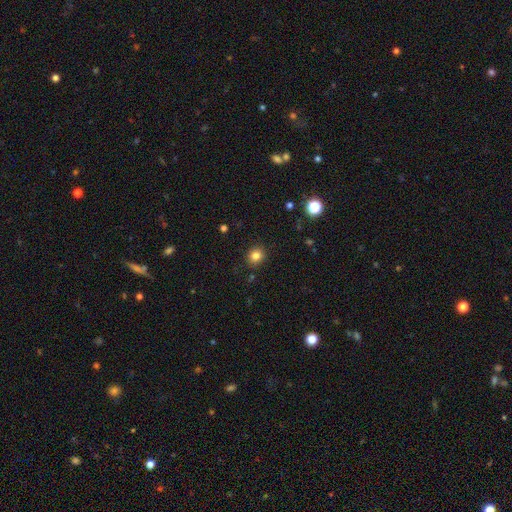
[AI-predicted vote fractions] Morphology: type=smooth (82%); roundness=round (79%); merging=none (88%).